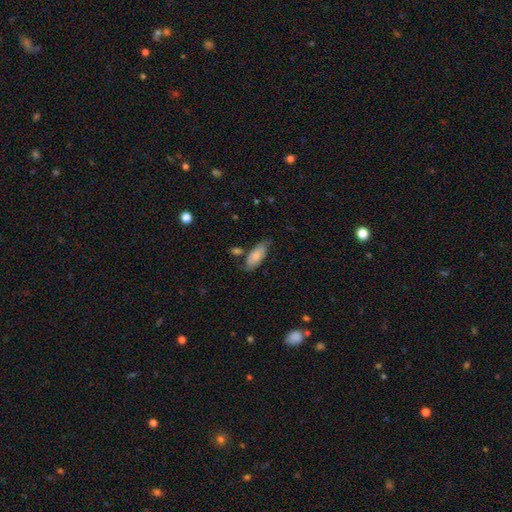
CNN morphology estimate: Smooth or featured? smooth (72%)
How rounded? in between (85%)
Merging? none (61%)